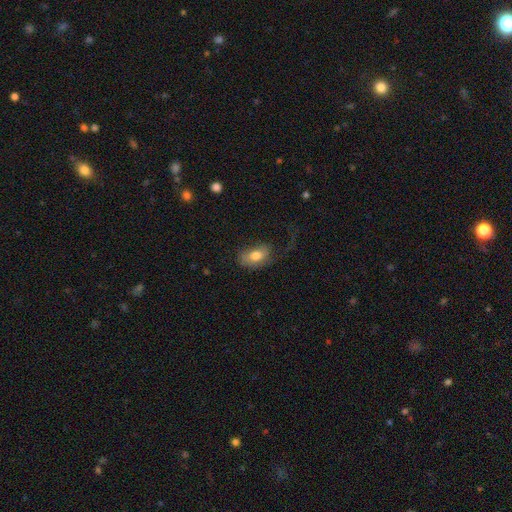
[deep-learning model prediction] Smooth or featured?
  - smooth: 74% *
  - featured or disk: 19%
  - star or artifact: 7%
How rounded?
  - in between: 89% *
  - round: 9%
  - cigar-shaped: 2%
Merging?
  - none: 43% *
  - major disturbance: 31%
  - minor disturbance: 24%
  - merger: 2%